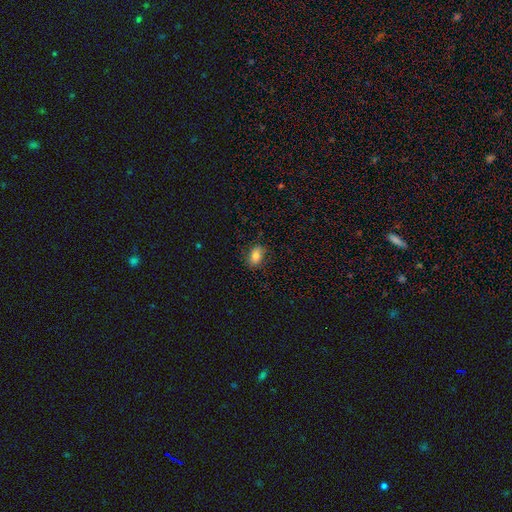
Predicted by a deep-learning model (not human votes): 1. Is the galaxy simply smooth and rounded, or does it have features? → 82% smooth, 9% star or artifact, 9% featured or disk.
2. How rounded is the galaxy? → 85% in between, 13% round, 2% cigar-shaped.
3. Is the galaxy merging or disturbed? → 85% none, 12% minor disturbance, 2% major disturbance, 1% merger.